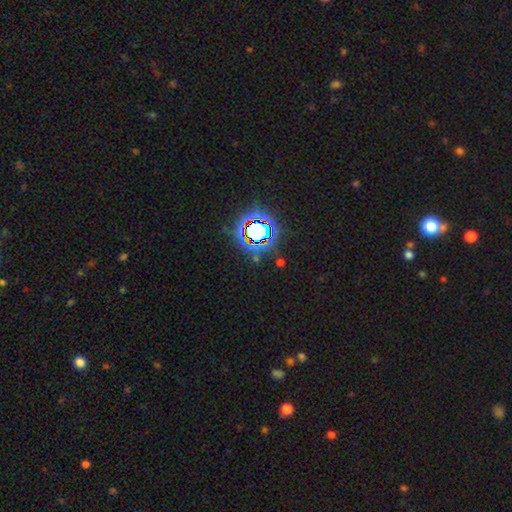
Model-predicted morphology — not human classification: The model was most divided on "smooth or featured": star or artifact: 75%, smooth: 15%, featured or disk: 10%.